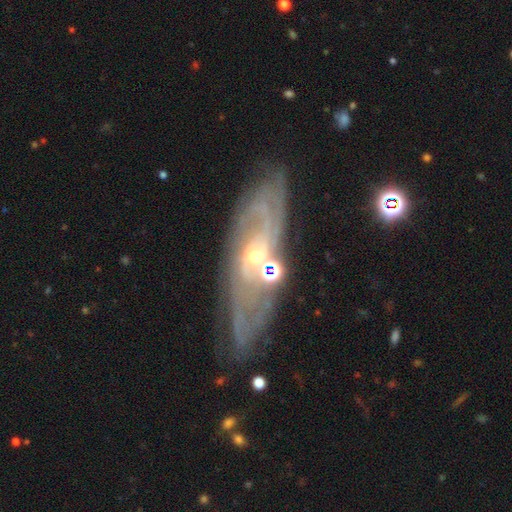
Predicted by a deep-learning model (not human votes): A featured or disk galaxy (80%) with no bar (64%), can't tell (36%, tied with 2) tight (52%) spiral arms (87%) and a small central bulge (55%). Merging: none (63%).